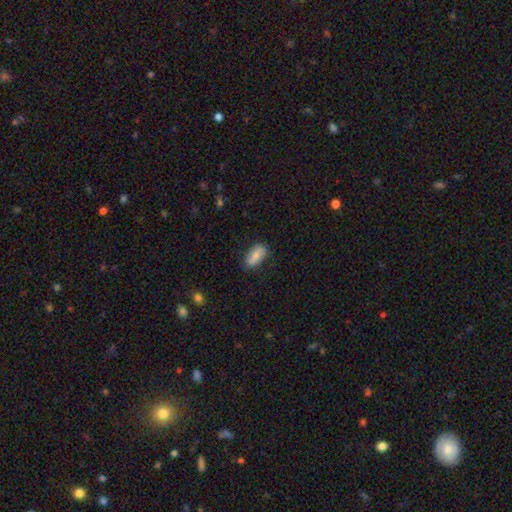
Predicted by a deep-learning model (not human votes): Smooth or featured?
  - smooth: 72% *
  - featured or disk: 21%
  - star or artifact: 7%
How rounded?
  - in between: 91% *
  - cigar-shaped: 5%
  - round: 4%
Merging?
  - none: 80% *
  - minor disturbance: 15%
  - major disturbance: 3%
  - merger: 1%